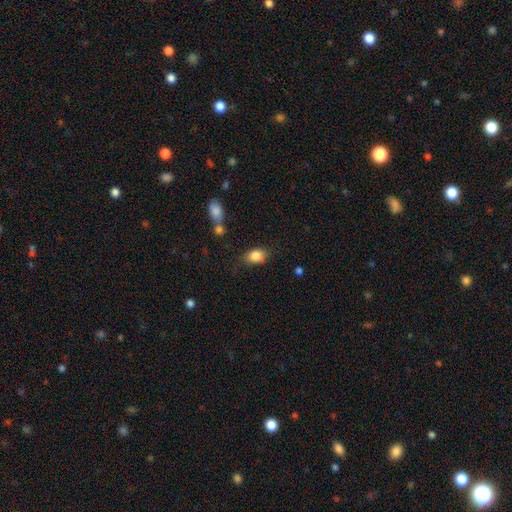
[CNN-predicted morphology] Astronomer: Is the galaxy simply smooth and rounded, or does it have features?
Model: smooth — 84%.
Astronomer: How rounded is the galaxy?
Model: in between — 79%.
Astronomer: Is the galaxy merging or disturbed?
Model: none — 73%.